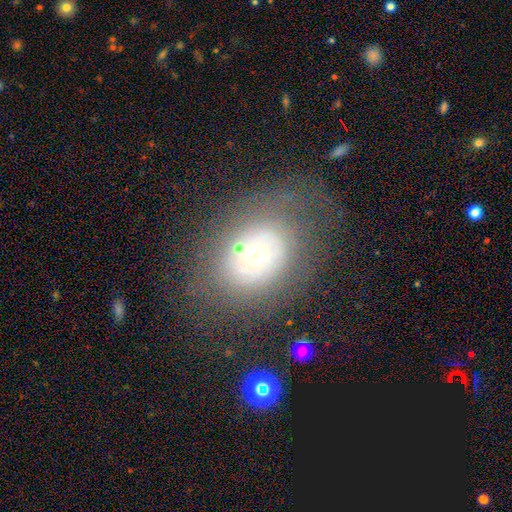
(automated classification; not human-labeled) This appears to be a featured or disk galaxy (55%) with no bar (88%), no spiral arms (63%) and a moderate central bulge (58%). Merging: none (59%).